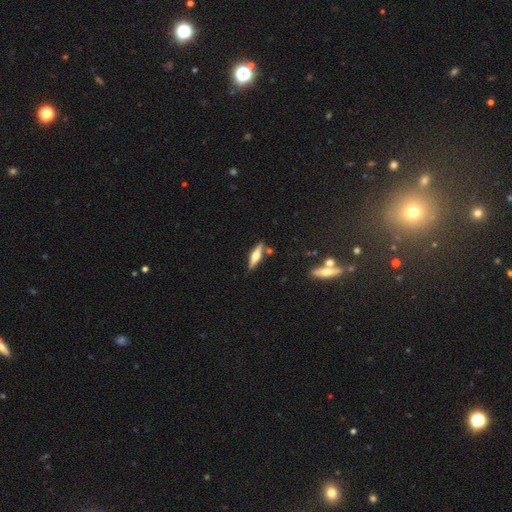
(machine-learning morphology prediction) featured or disk 57%, smooth 37%, star or artifact 6%. Down the decision tree: edge-on disk — yes (94%); edge-on bulge — rounded (91%); merging — none (79%).